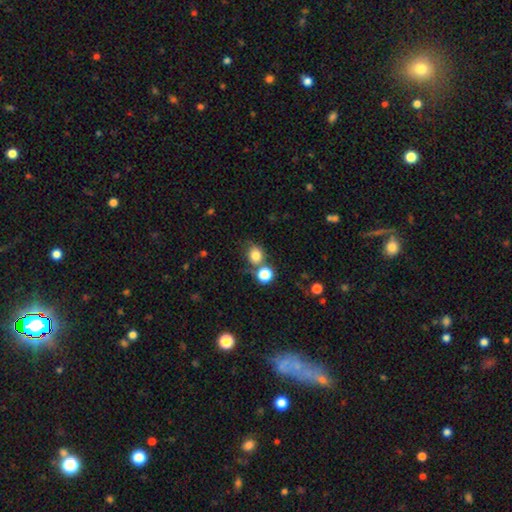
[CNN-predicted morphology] Smooth or featured? Predicted: smooth (p=0.80). How rounded? Predicted: round (p=0.74). Merging? Predicted: none (p=0.59).